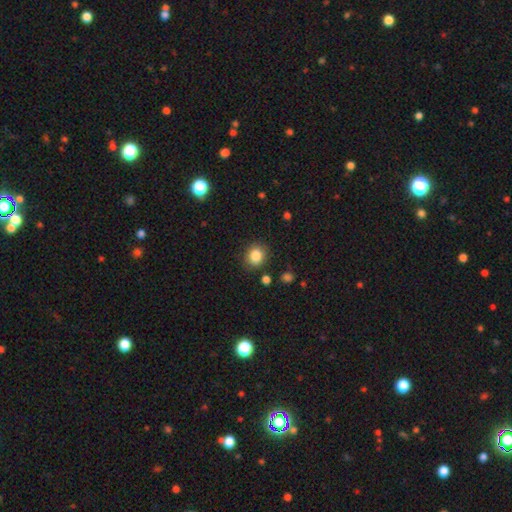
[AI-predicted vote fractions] Smooth or featured? smooth (85%)
How rounded? round (72%)
Merging? none (85%)